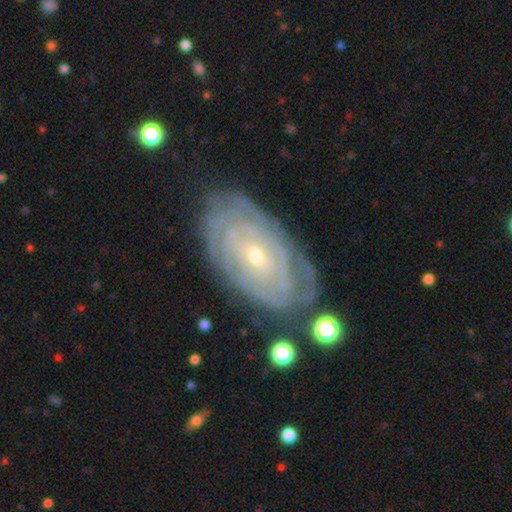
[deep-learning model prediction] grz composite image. It shows a featured or disk galaxy (85%) with no bar (70%), tight (87%) spiral arms (92%) and a small central bulge (72%). Merging: none (75%).